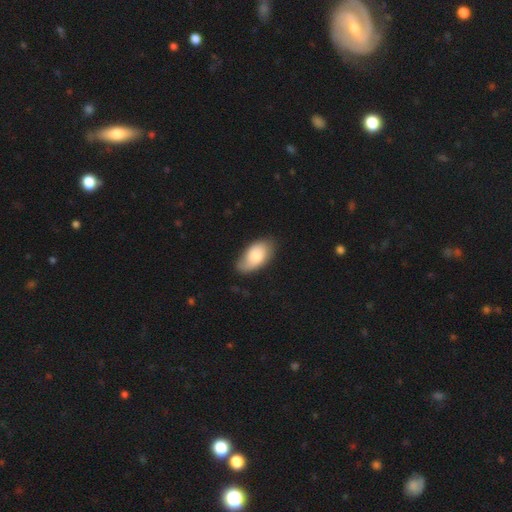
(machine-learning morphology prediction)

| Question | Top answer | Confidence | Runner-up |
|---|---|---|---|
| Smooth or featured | smooth | 75% | featured or disk (19%) |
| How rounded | in between | 94% | round (4%) |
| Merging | none | 72% | minor disturbance (22%) |